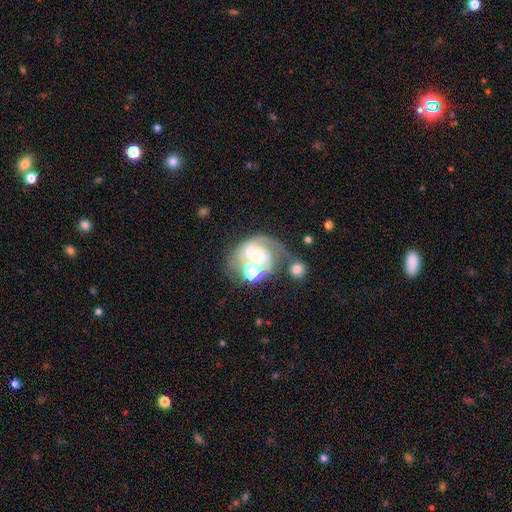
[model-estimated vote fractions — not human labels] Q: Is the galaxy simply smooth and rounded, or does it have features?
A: featured or disk — 73%.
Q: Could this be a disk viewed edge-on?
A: no — 98%.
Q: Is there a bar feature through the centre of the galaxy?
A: no — 61%.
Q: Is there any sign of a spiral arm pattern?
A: yes — 87%.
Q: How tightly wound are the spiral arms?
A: medium — 44%.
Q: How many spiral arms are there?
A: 2 — 59%.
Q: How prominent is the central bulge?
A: small — 42%.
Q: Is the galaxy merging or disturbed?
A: merger — 33%.